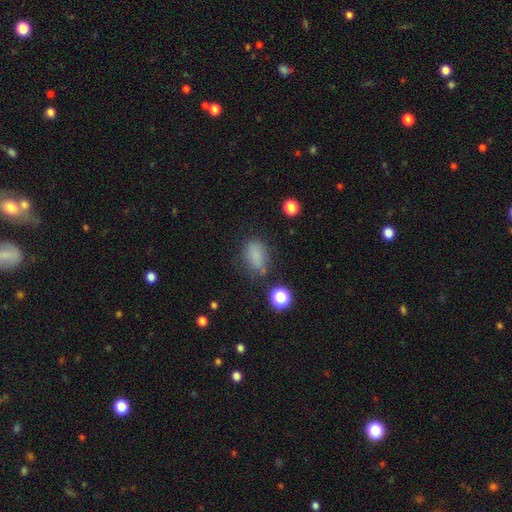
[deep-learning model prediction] smooth 76%, star or artifact 15%, featured or disk 9%. Down the decision tree: how rounded — in between (76%); merging — none (60%).